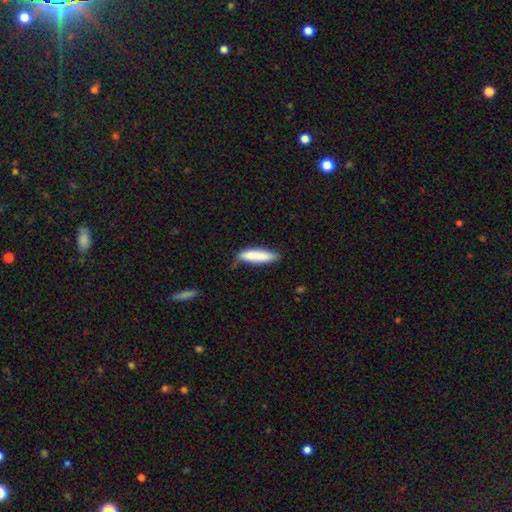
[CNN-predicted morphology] Smooth or featured?
  - smooth: 84% *
  - featured or disk: 10%
  - star or artifact: 6%
How rounded?
  - cigar-shaped: 61% *
  - in between: 38%
  - round: 1%
Merging?
  - none: 70% *
  - minor disturbance: 24%
  - major disturbance: 4%
  - merger: 3%